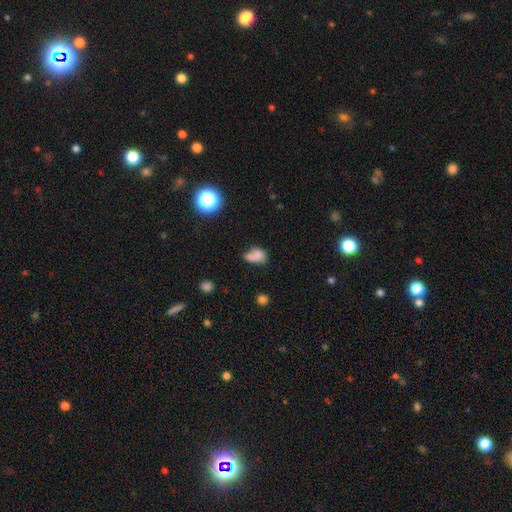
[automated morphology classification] A smooth galaxy with no disk features (68%) that is in between round and cigar-shaped (70%). Merging: merger (45%).